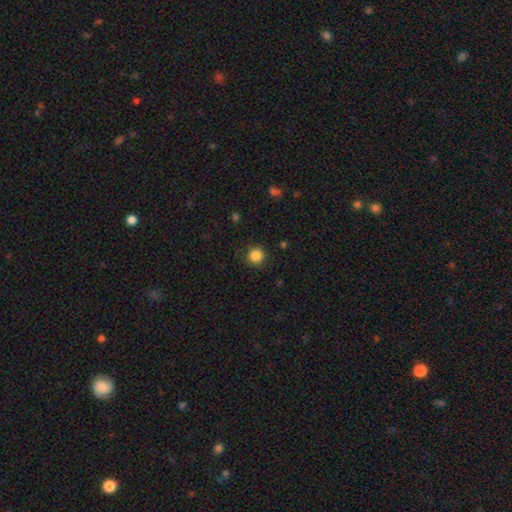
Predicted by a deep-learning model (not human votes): Smooth or featured? Predicted: smooth (p=0.85). How rounded? Predicted: round (p=0.94). Merging? Predicted: none (p=0.88).